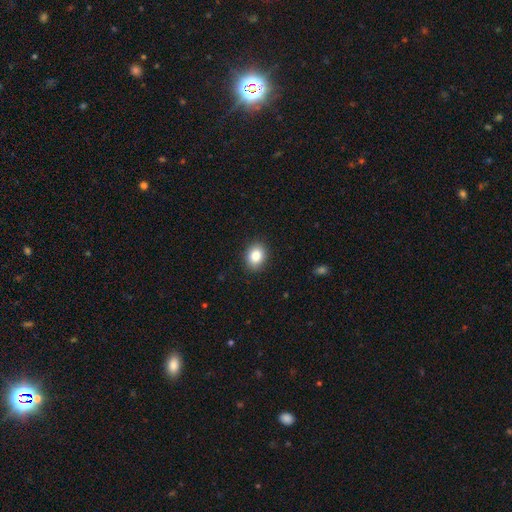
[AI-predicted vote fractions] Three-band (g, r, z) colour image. It shows a smooth galaxy with no disk features (86%) that is in between round and cigar-shaped (54%). Merging: none (88%).